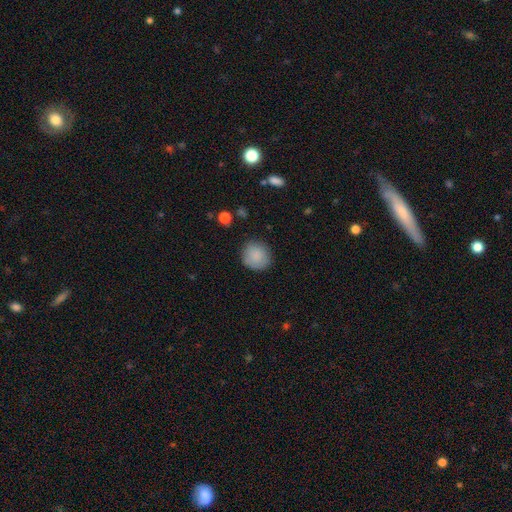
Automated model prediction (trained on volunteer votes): smooth 87%, star or artifact 7%, featured or disk 6%. Down the decision tree: how rounded — round (90%); merging — none (84%).